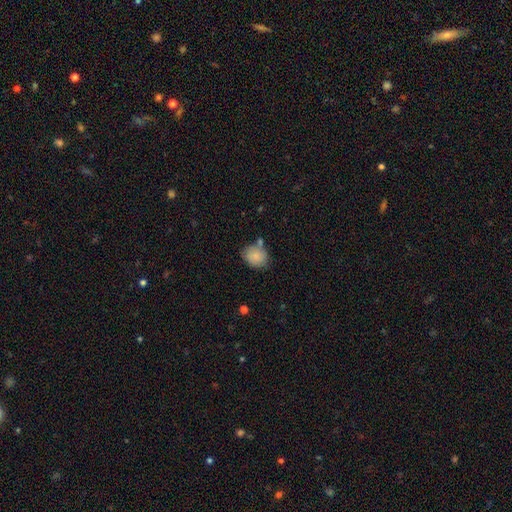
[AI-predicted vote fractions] smooth_or_featured: smooth (p=0.85) [alt: featured or disk p=0.08]
how_rounded: round (p=0.51) [alt: in between p=0.48]
merging: none (p=0.64) [alt: minor disturbance p=0.19]